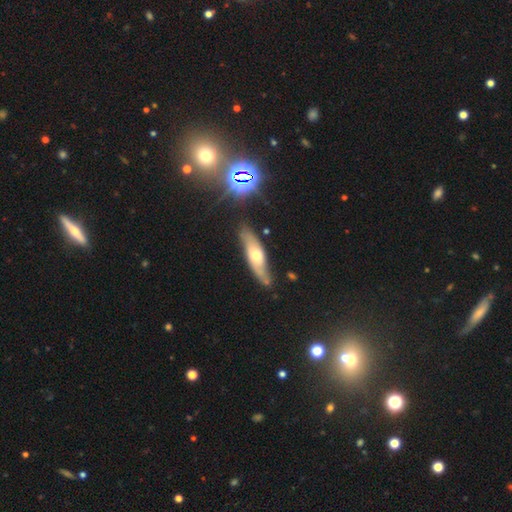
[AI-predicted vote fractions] This is possibly a featured or disk galaxy (49%). Merging: likely none (74%).